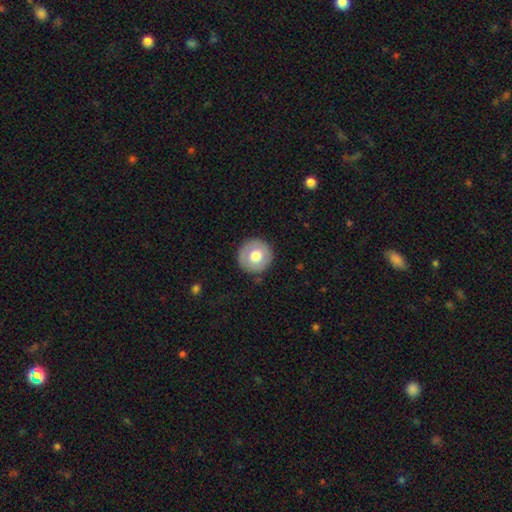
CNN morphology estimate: Q: Smooth or featured?
A: smooth (69%); runner-up: featured or disk (23%)
Q: How rounded?
A: round (95%); runner-up: in between (4%)
Q: Merging?
A: none (88%); runner-up: minor disturbance (8%)